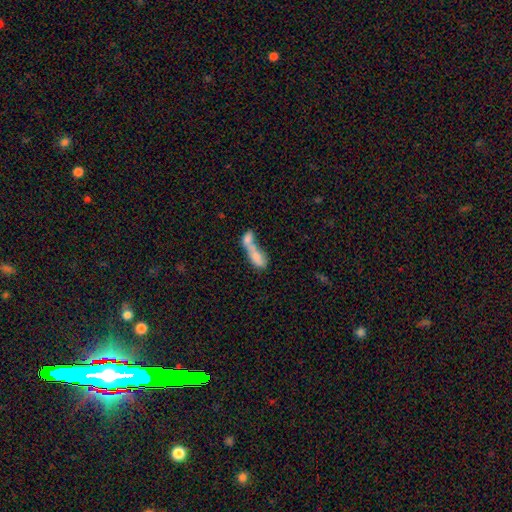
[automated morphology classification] smooth_or_featured: smooth (p=0.69) [alt: featured or disk p=0.23]
how_rounded: in between (p=0.67) [alt: cigar-shaped p=0.28]
merging: merger (p=0.75) [alt: none p=0.12]